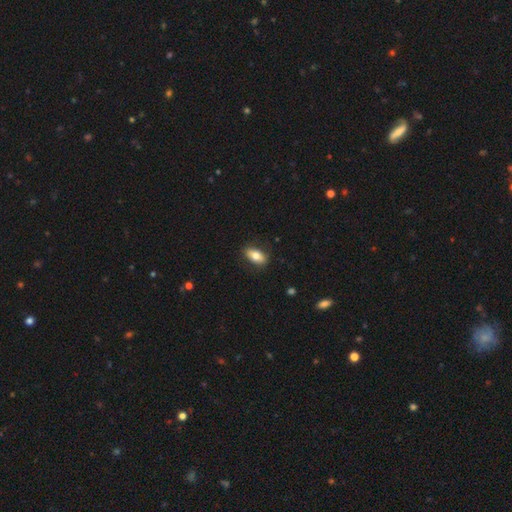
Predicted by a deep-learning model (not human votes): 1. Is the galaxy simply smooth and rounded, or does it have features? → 74% smooth, 19% featured or disk, 7% star or artifact.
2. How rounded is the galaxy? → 87% in between, 7% cigar-shaped, 6% round.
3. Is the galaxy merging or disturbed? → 85% none, 11% minor disturbance, 3% major disturbance, 1% merger.